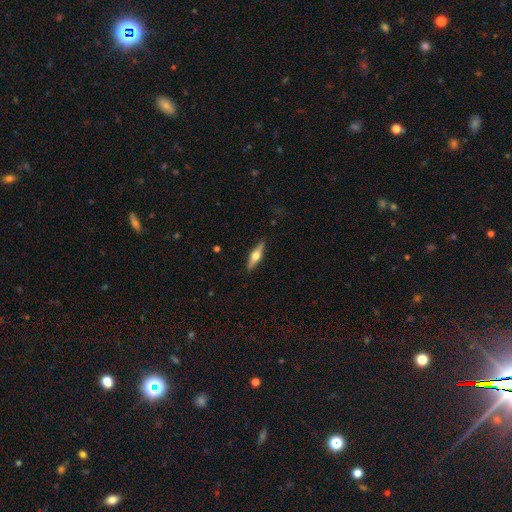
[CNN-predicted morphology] smooth_or_featured: featured or disk (p=0.56) [alt: smooth p=0.38]
disk_edge_on: yes (p=0.95) [alt: no p=0.05]
edge_on_bulge: rounded (p=0.94) [alt: boxy p=0.04]
merging: none (p=0.89) [alt: minor disturbance p=0.08]